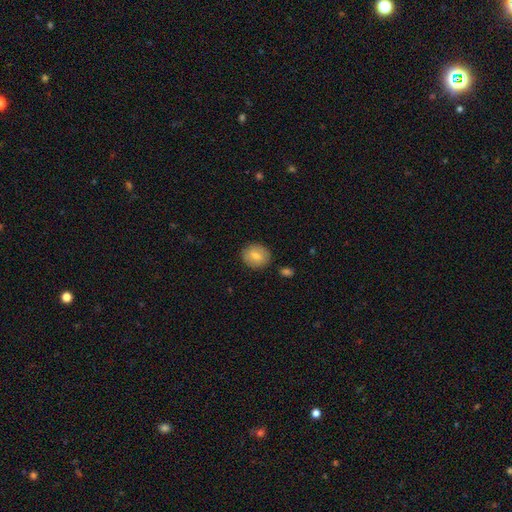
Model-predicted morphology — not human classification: This is likely a smooth galaxy (79%). How rounded: likely round (74%). Merging: clearly none (85%).